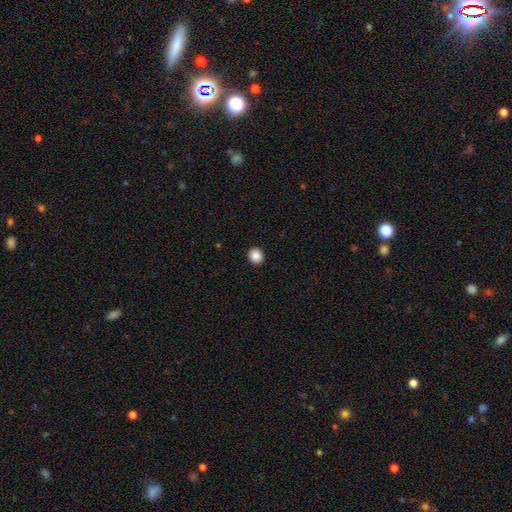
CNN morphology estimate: Smooth or featured? Predicted: smooth (p=0.88). How rounded? Predicted: round (p=0.79). Merging? Predicted: none (p=0.93).